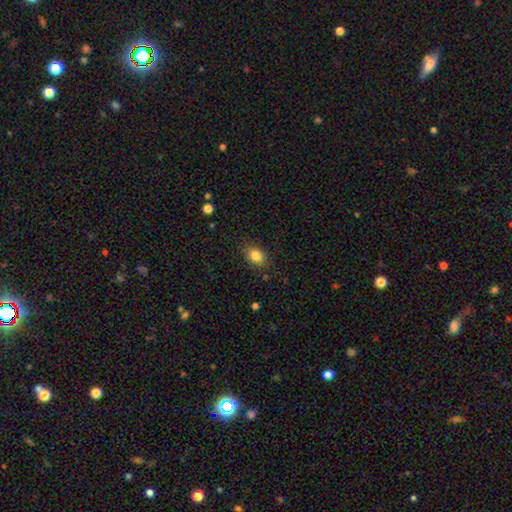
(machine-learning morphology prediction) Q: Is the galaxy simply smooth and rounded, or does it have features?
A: smooth — 84%.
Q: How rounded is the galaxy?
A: in between — 72%.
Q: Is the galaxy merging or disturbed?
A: none — 82%.